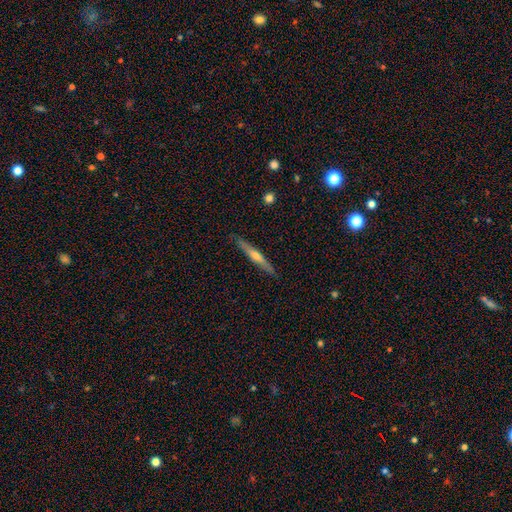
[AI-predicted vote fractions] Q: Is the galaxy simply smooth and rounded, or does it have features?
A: featured or disk — 68%.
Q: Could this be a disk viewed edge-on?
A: yes — 97%.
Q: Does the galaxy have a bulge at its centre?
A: rounded — 82%.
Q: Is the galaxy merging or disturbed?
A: none — 90%.